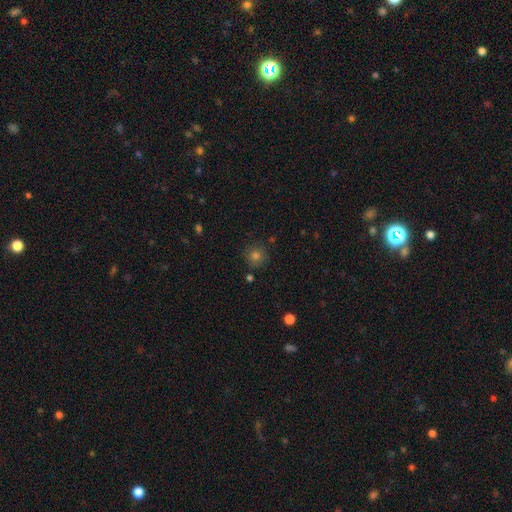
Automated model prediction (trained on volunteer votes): Smooth or featured?
  - smooth: 75% *
  - star or artifact: 18%
  - featured or disk: 7%
How rounded?
  - round: 93% *
  - in between: 6%
  - cigar-shaped: 1%
Merging?
  - none: 85% *
  - minor disturbance: 9%
  - merger: 3%
  - major disturbance: 3%